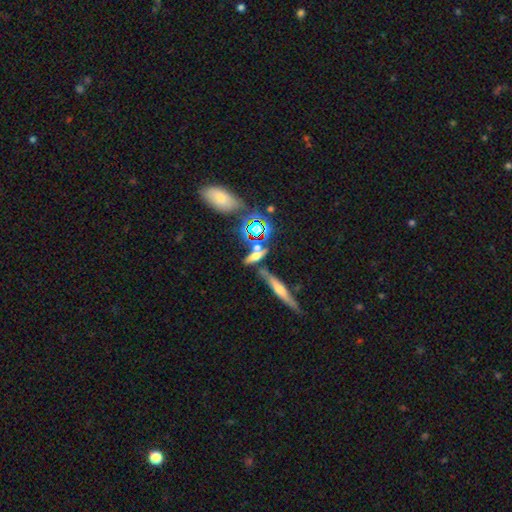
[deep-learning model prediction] Overall: smooth (45%; star or artifact 30%). Merging: none (57%; merger 22%).